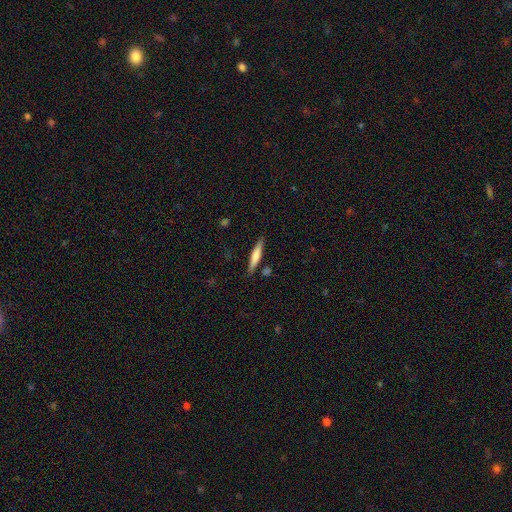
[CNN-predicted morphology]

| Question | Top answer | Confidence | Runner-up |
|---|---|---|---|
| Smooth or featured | smooth | 62% | featured or disk (32%) |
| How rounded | cigar-shaped | 90% | in between (8%) |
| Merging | none | 85% | minor disturbance (10%) |